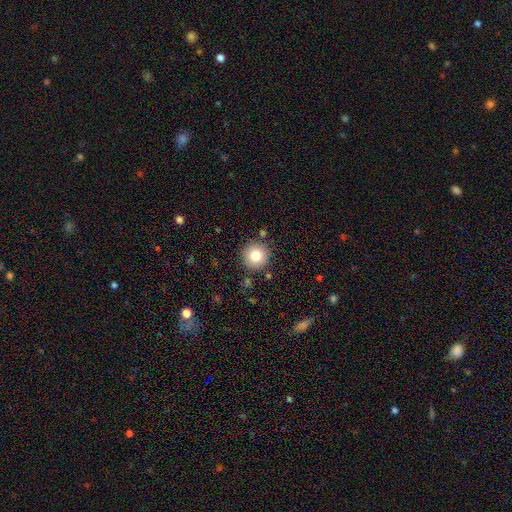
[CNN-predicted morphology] type=smooth (82%); roundness=round (95%); merging=none (88%).